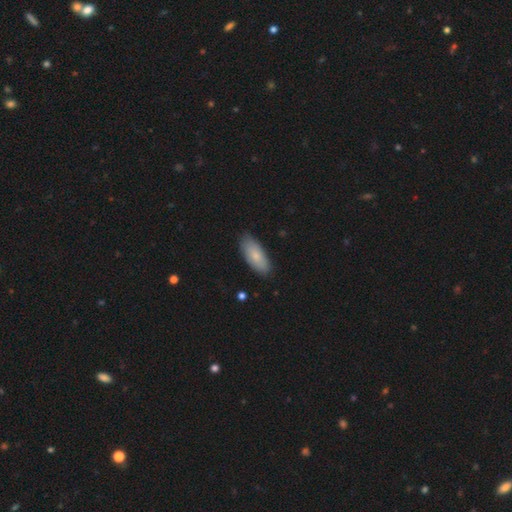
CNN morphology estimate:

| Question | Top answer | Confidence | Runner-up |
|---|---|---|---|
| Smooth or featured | smooth | 79% | featured or disk (15%) |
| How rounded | in between | 86% | cigar-shaped (12%) |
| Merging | none | 84% | minor disturbance (12%) |